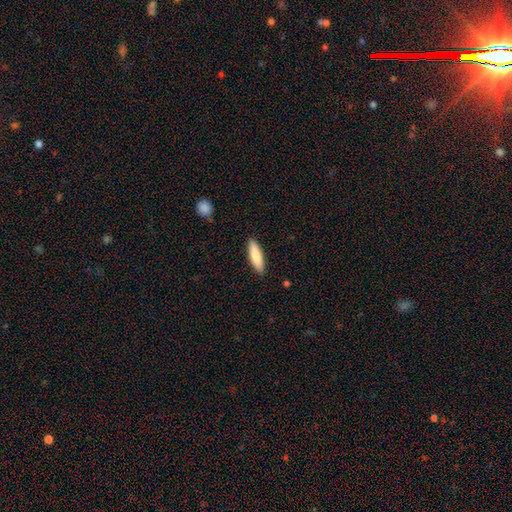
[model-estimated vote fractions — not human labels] Overall: smooth (83%). How rounded: cigar-shaped (70%). Merging: none (89%).